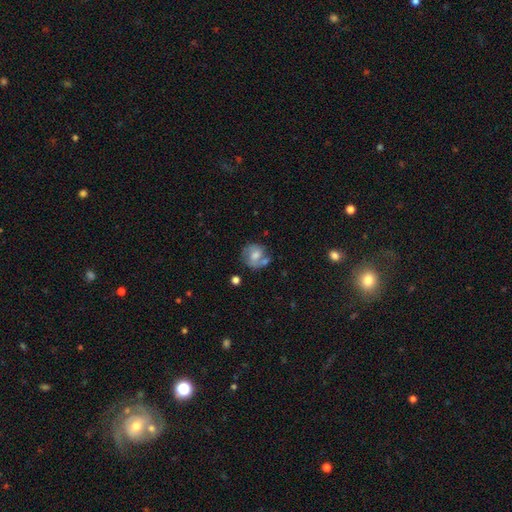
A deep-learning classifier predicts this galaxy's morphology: Smooth or featured? Predicted: smooth (p=0.49). Merging? Predicted: none (p=0.51).